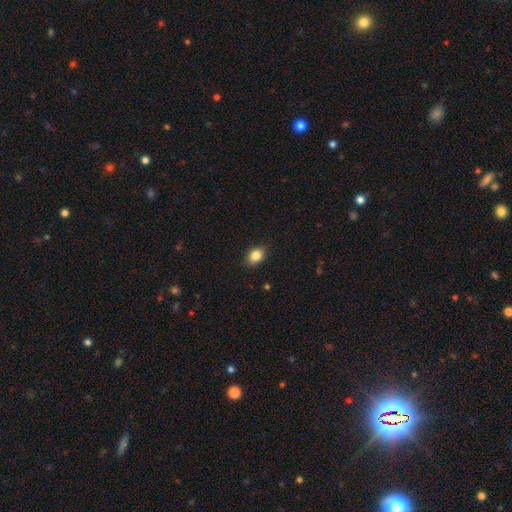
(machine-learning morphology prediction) smooth-or-featured: smooth: 85% | star or artifact: 9% | featured or disk: 6%
  how-rounded: in between: 72% | round: 27% | cigar-shaped: 1%
  merging: none: 87% | minor disturbance: 10% | major disturbance: 2% | merger: 1%